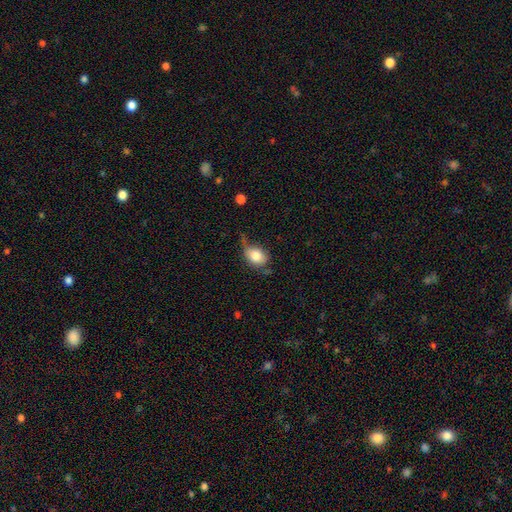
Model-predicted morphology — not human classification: Smooth or featured? Predicted: smooth (p=0.79). How rounded? Predicted: in between (p=0.66). Merging? Predicted: none (p=0.41).